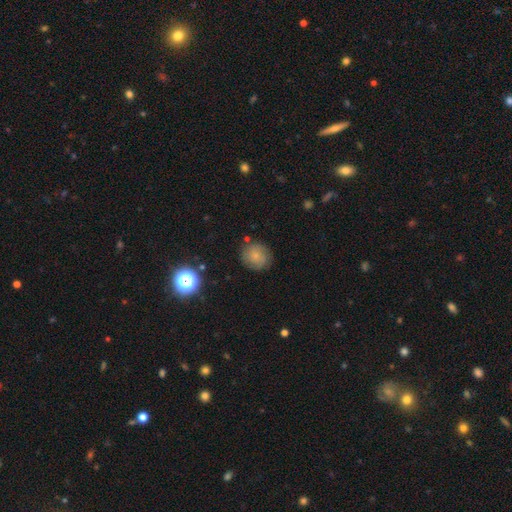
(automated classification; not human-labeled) smooth-or-featured: smooth: 67% | featured or disk: 21% | star or artifact: 12%
  how-rounded: round: 85% | in between: 14% | cigar-shaped: 1%
  merging: none: 79% | minor disturbance: 15% | major disturbance: 4% | merger: 2%